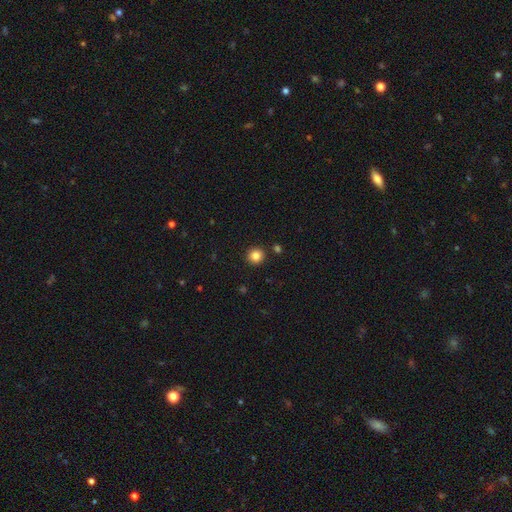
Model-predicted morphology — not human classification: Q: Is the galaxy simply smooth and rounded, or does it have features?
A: smooth — 84%.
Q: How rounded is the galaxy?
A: round — 93%.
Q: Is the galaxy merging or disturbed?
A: none — 91%.